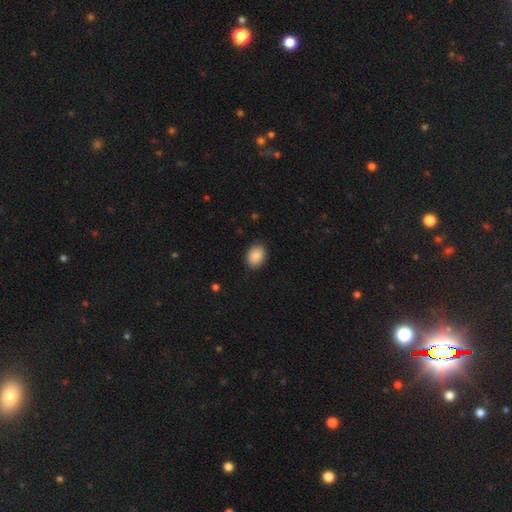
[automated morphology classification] Smooth or featured: smooth — 89% (star or artifact — 7%)
How rounded: in between — 69% (round — 30%)
Merging: none — 86% (minor disturbance — 10%)